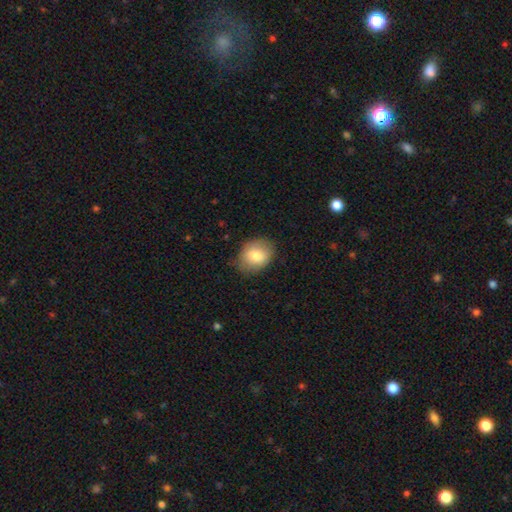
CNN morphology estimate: A smooth galaxy with no disk features (78%) that is in between round and cigar-shaped (62%).

Vote fractions:
- Smooth or featured? smooth: 78% / featured or disk: 14% / star or artifact: 7%
- How rounded? in between: 62% / round: 37% / cigar-shaped: 1%
- Merging? none: 76% / minor disturbance: 19% / major disturbance: 4% / merger: 1%